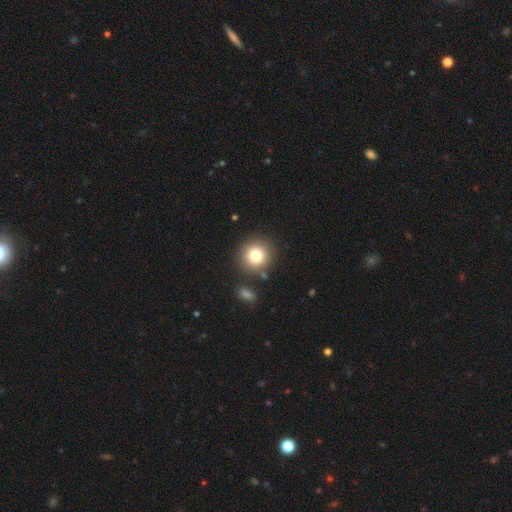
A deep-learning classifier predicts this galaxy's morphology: A smooth galaxy with no disk features (79%) that is round (92%).

Vote fractions:
- Smooth or featured? smooth: 79% / star or artifact: 11% / featured or disk: 10%
- How rounded? round: 92% / in between: 7% / cigar-shaped: 1%
- Merging? none: 84% / minor disturbance: 8% / merger: 5% / major disturbance: 3%